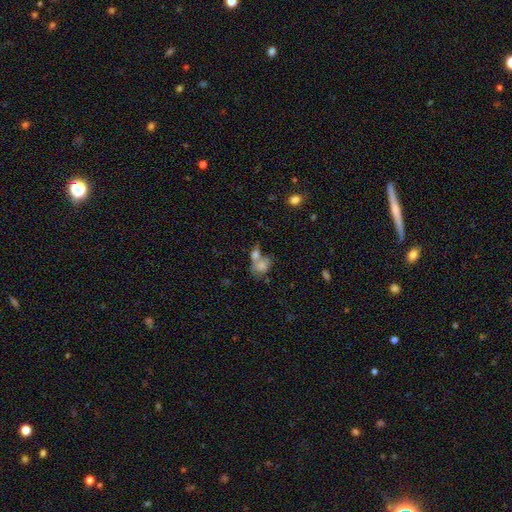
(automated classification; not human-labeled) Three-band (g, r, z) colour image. It shows a smooth galaxy with no disk features (67%) that is in between round and cigar-shaped (64%). Merging: merger (56%).